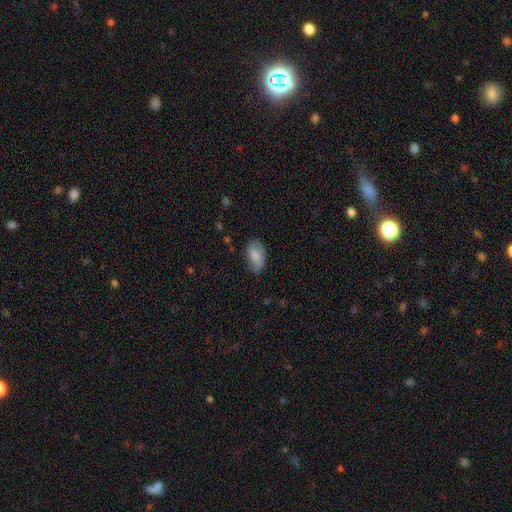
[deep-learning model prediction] smooth 82%, featured or disk 11%, star or artifact 7%. Down the decision tree: how rounded — in between (93%); merging — none (63%).